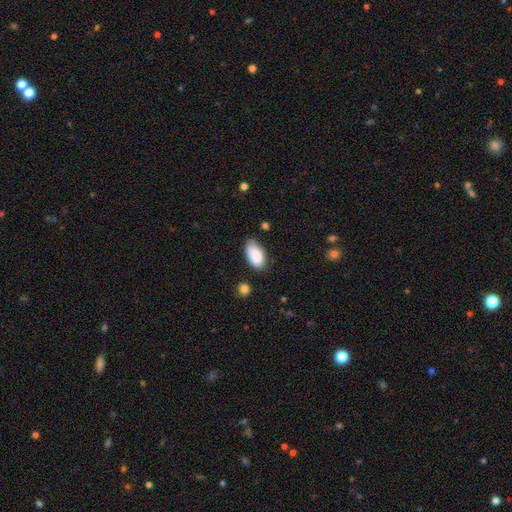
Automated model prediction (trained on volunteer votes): Smooth or featured? Predicted: smooth (p=0.87). How rounded? Predicted: in between (p=0.94). Merging? Predicted: none (p=0.73).